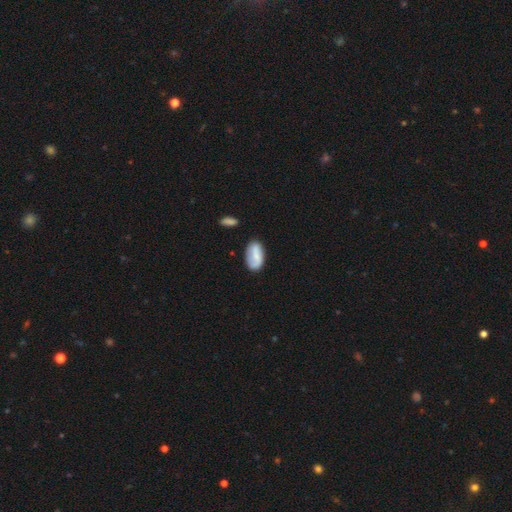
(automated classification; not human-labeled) smooth_or_featured: smooth (p=0.58) [alt: featured or disk p=0.36]
how_rounded: in between (p=0.93) [alt: round p=0.04]
merging: none (p=0.71) [alt: minor disturbance p=0.20]